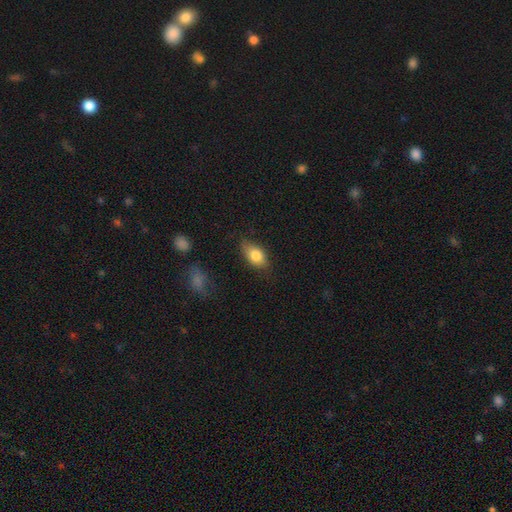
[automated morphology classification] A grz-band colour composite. It shows a smooth galaxy with no disk features (81%) that is in between round and cigar-shaped (86%). Merging: none (73%).